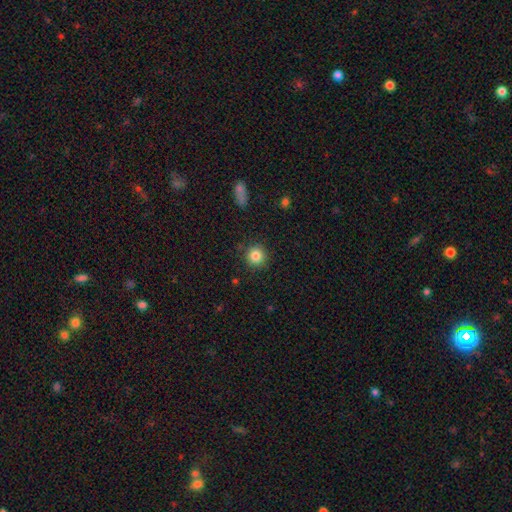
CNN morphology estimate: Smooth or featured? smooth (84%)
How rounded? round (93%)
Merging? none (89%)